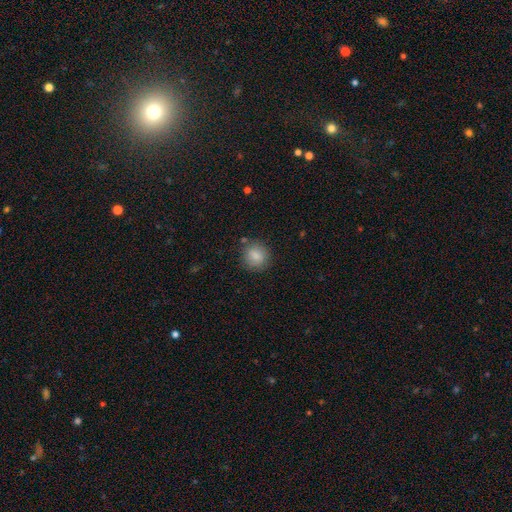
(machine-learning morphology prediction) Smooth or featured? Predicted: smooth (p=0.85). How rounded? Predicted: round (p=0.83). Merging? Predicted: none (p=0.82).